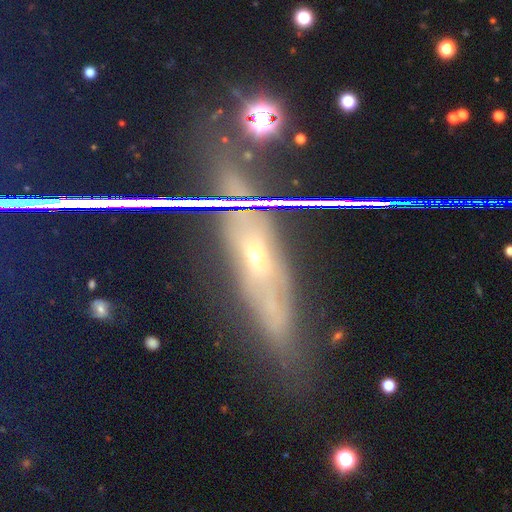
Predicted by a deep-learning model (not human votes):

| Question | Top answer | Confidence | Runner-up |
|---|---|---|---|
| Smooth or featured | star or artifact | 43% | featured or disk (37%) |